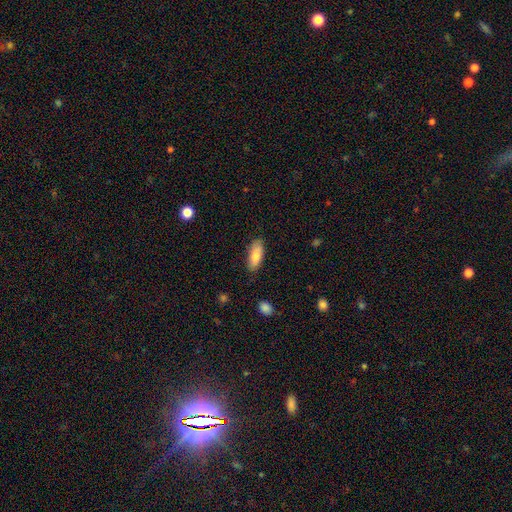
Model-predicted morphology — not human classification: smooth 83%, featured or disk 11%, star or artifact 6%. Down the decision tree: how rounded — in between (72%); merging — none (83%).